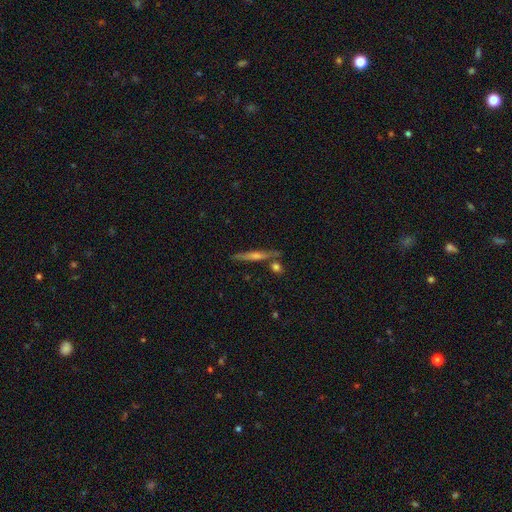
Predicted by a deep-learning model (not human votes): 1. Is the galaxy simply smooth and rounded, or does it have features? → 64% featured or disk, 28% smooth, 9% star or artifact.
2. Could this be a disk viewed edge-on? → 96% yes, 4% no.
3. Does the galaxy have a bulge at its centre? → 66% rounded, 23% none, 11% boxy.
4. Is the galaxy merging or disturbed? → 80% none, 10% minor disturbance, 8% merger, 3% major disturbance.